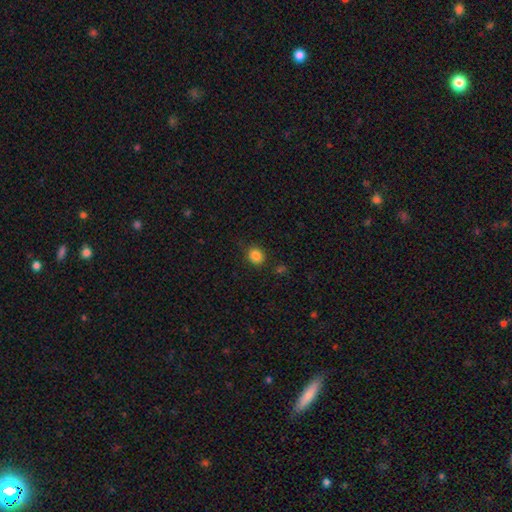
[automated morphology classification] Smooth or featured: smooth — 85% (star or artifact — 11%)
How rounded: round — 77% (in between — 22%)
Merging: none — 83% (minor disturbance — 11%)